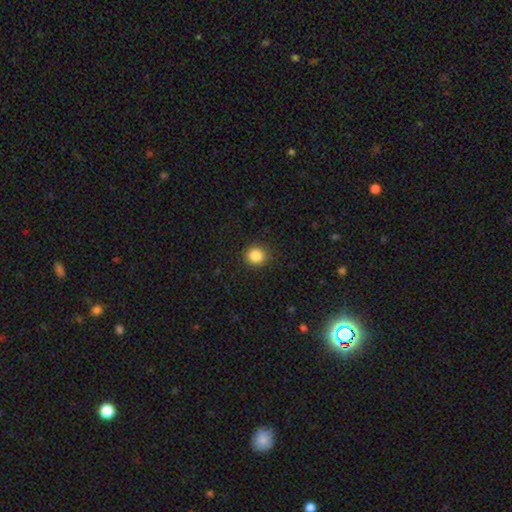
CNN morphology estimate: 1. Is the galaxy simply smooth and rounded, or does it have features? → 86% smooth, 10% star or artifact, 4% featured or disk.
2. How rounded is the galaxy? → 89% round, 10% in between, 1% cigar-shaped.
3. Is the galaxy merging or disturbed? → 91% none, 6% minor disturbance, 2% major disturbance, 1% merger.